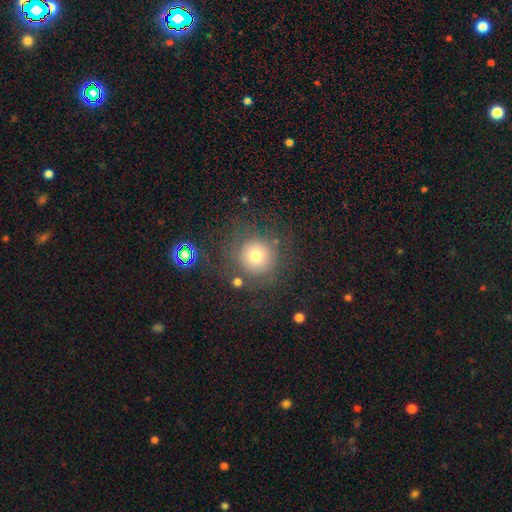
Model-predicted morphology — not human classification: smooth 68%, star or artifact 16%, featured or disk 16%. Down the decision tree: how rounded — round (95%); merging — none (76%).